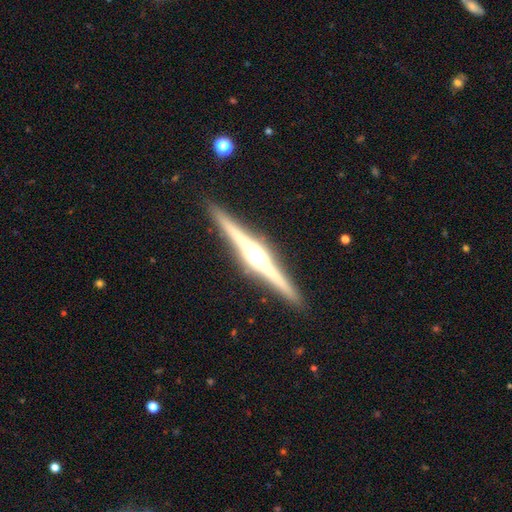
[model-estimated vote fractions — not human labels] featured or disk 85%, smooth 10%, star or artifact 5%. Down the decision tree: edge-on disk — yes (99%); edge-on bulge — rounded (79%); merging — none (92%).